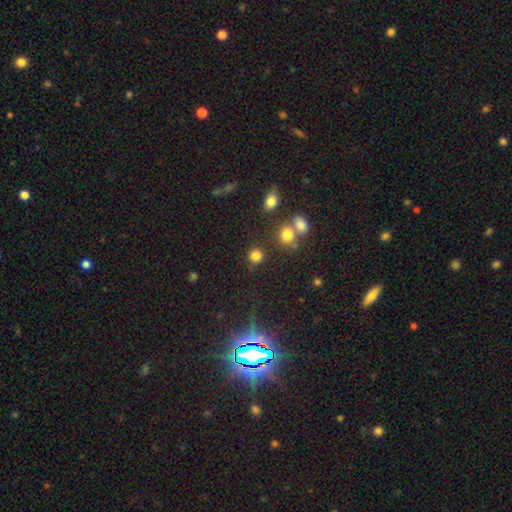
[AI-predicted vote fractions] Smooth or featured? smooth (80%)
How rounded? round (88%)
Merging? none (76%)